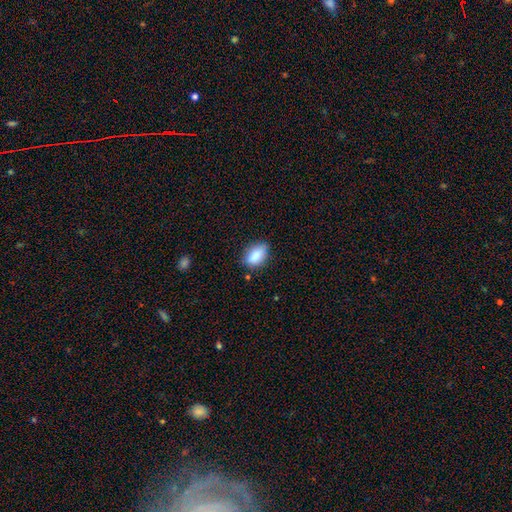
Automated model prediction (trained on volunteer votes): Smooth or featured?
  - smooth: 86% *
  - star or artifact: 8%
  - featured or disk: 6%
How rounded?
  - in between: 88% *
  - round: 9%
  - cigar-shaped: 3%
Merging?
  - none: 75% *
  - minor disturbance: 20%
  - major disturbance: 3%
  - merger: 2%